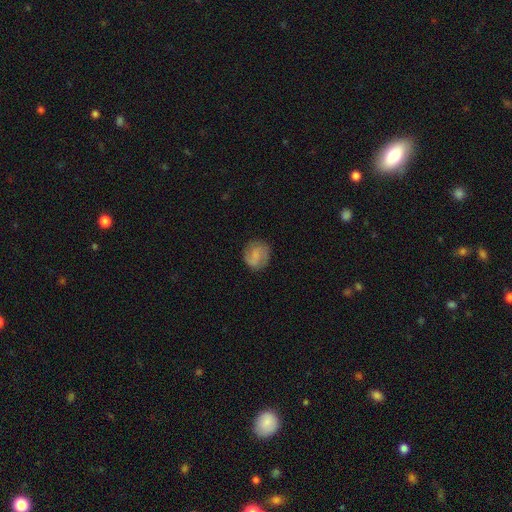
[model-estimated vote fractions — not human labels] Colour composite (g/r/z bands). It shows a smooth galaxy with no disk features (48%). Merging: none (80%).